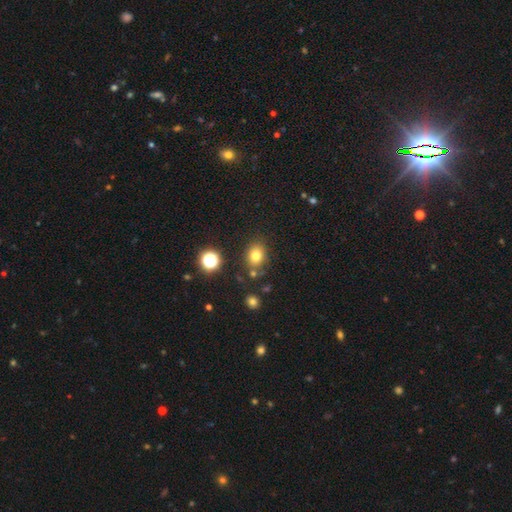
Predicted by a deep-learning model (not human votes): smooth-or-featured: smooth: 77% | star or artifact: 15% | featured or disk: 8%
  how-rounded: round: 53% | in between: 46% | cigar-shaped: 1%
  merging: none: 77% | minor disturbance: 12% | merger: 7% | major disturbance: 4%